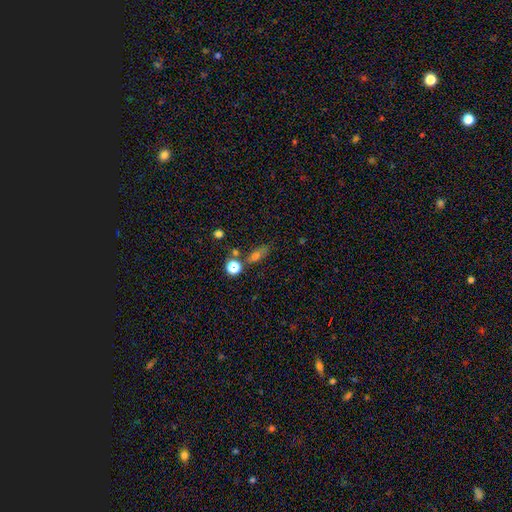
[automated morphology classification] A smooth galaxy with no disk features (48%).

Vote fractions:
- Smooth or featured? smooth: 48% / star or artifact: 28% / featured or disk: 24%
- Merging? none: 63% / minor disturbance: 16% / merger: 14% / major disturbance: 7%